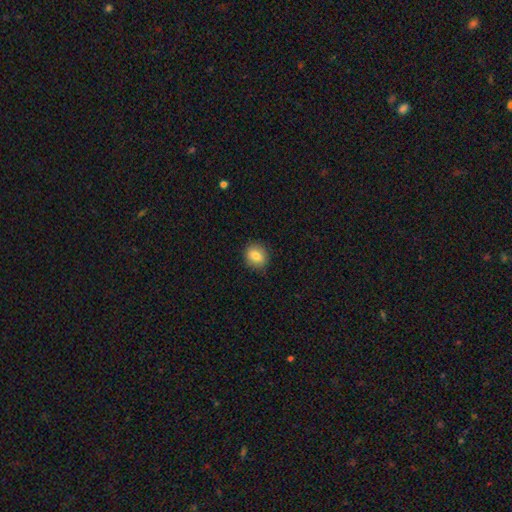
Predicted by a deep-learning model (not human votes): A smooth galaxy with no disk features (80%) that is round (65%).

Vote fractions:
- Smooth or featured? smooth: 80% / featured or disk: 11% / star or artifact: 9%
- How rounded? round: 65% / in between: 34% / cigar-shaped: 1%
- Merging? none: 85% / minor disturbance: 12% / major disturbance: 2% / merger: 1%